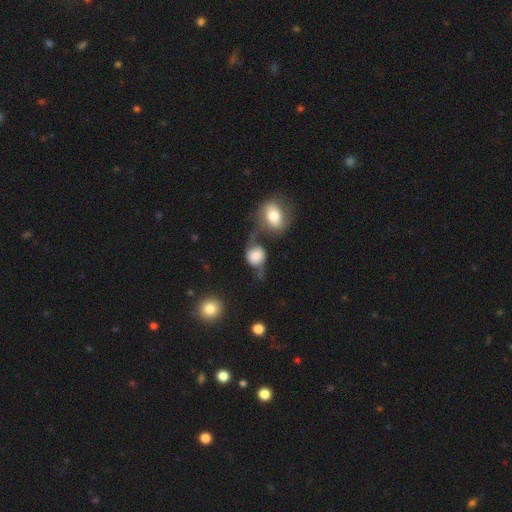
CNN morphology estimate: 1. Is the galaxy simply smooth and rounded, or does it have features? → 57% smooth, 34% featured or disk, 9% star or artifact.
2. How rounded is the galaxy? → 70% round, 29% in between, 2% cigar-shaped.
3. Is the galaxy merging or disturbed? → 36% merger, 29% none, 17% major disturbance, 17% minor disturbance.